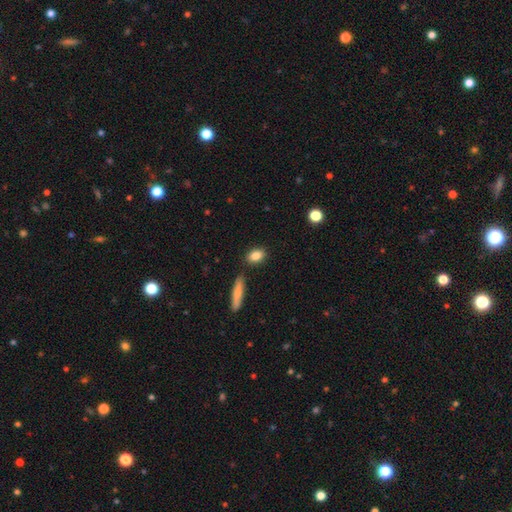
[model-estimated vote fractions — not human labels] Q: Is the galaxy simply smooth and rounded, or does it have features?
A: smooth — 84%.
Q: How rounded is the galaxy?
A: in between — 76%.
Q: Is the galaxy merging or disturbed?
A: none — 82%.